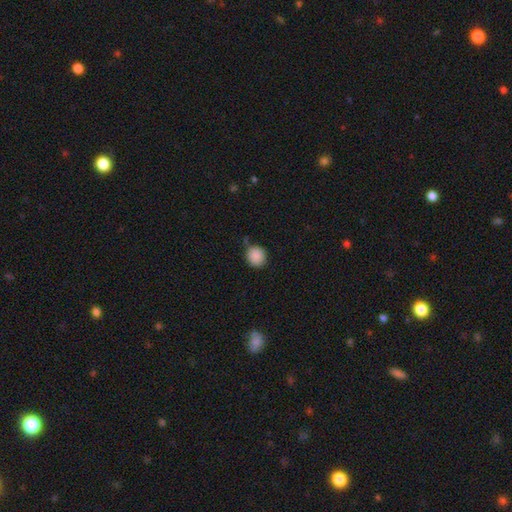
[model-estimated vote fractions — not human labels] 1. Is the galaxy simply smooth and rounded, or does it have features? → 88% smooth, 8% star or artifact, 3% featured or disk.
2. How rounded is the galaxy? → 84% round, 15% in between, 1% cigar-shaped.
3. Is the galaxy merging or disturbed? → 79% none, 14% minor disturbance, 4% merger, 3% major disturbance.